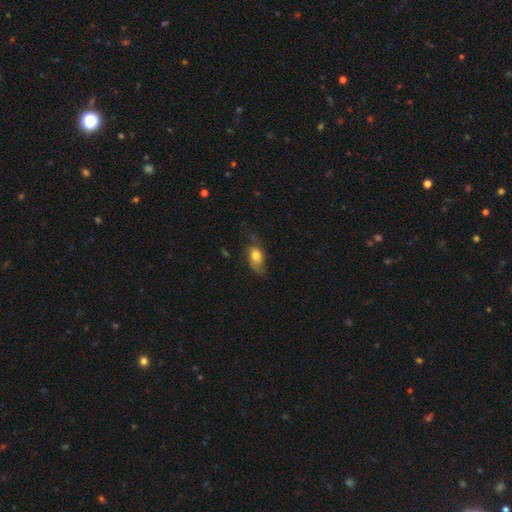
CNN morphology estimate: Smooth or featured? Predicted: smooth (p=0.71). How rounded? Predicted: in between (p=0.83). Merging? Predicted: none (p=0.49).